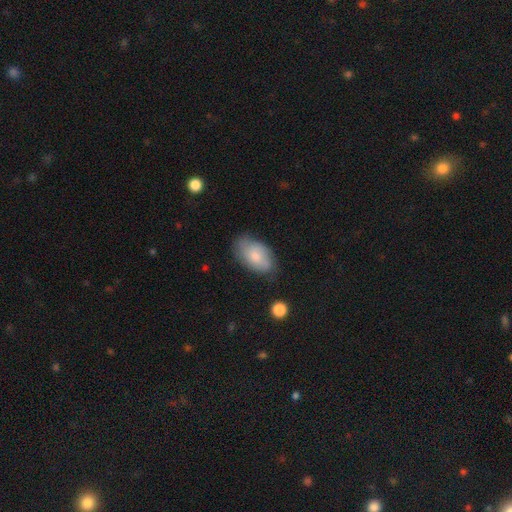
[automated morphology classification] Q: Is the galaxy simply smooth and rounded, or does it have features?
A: smooth — 69%.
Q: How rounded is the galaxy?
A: in between — 93%.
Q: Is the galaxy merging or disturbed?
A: none — 67%.